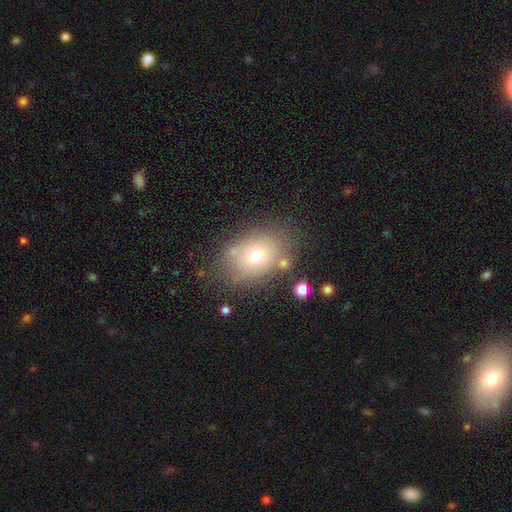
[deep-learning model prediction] This appears to be a smooth galaxy with no disk features (69%) that is in between round and cigar-shaped (70%). Merging: none (71%).